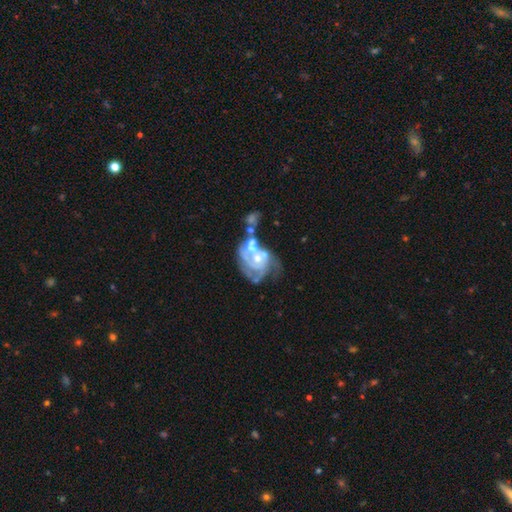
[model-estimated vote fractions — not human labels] Q: Smooth or featured?
A: featured or disk (82%); runner-up: smooth (11%)
Q: Edge-on disk?
A: no (98%); runner-up: yes (2%)
Q: Bar?
A: no (76%); runner-up: weak (19%)
Q: Spiral arms?
A: yes (80%); runner-up: no (20%)
Q: Spiral winding?
A: tight (52%); runner-up: medium (34%)
Q: Spiral arm count?
A: can't tell (36%); runner-up: 3 (25%)
Q: Bulge size?
A: moderate (56%); runner-up: small (34%)
Q: Merging?
A: merger (36%); runner-up: none (25%)